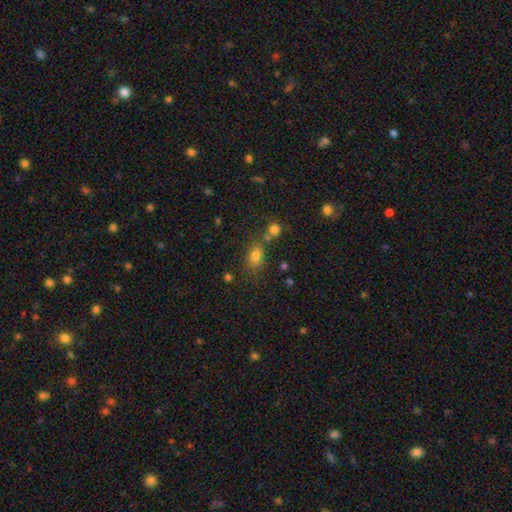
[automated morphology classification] This is likely a smooth galaxy (71%). How rounded: likely in between (67%). Merging: possibly none (58%).